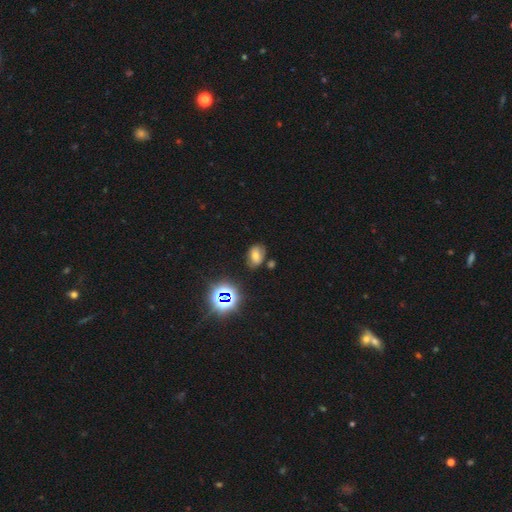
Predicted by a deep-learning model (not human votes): Morphology: type=smooth (56%); roundness=in between (81%); merging=none (73%).